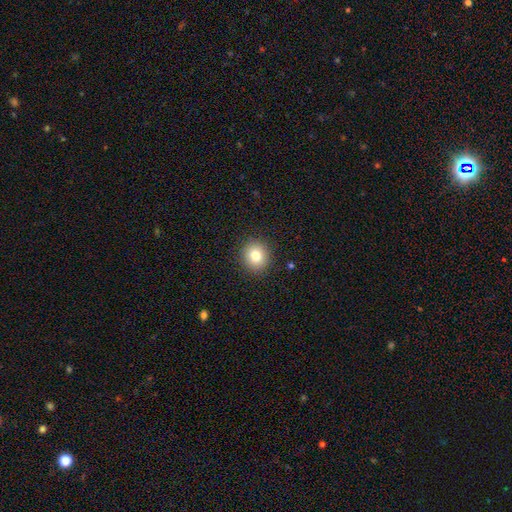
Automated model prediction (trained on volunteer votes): A smooth galaxy with no disk features (80%) that is round (85%). Merging: none (91%).